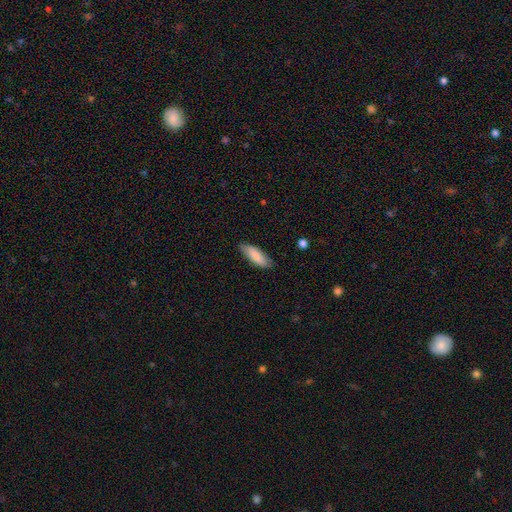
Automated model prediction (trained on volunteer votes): The model was most divided on "how rounded": in between: 60%, cigar-shaped: 39%, round: 2%. More confident: smooth or featured — smooth (84%); merging — none (83%).